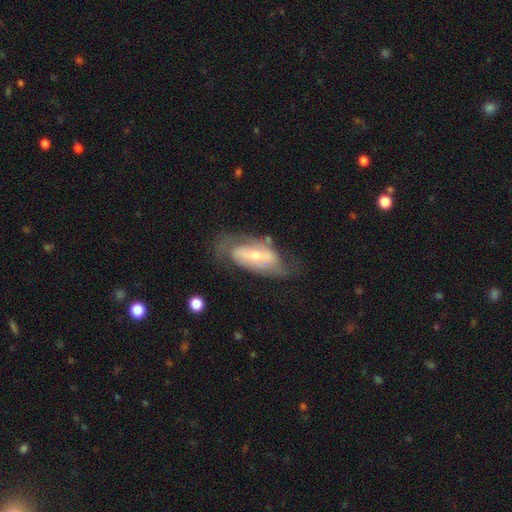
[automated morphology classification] The model was most divided on "bar": strong: 39%, weak: 36%, no: 25%. More confident: edge-on disk — no (90%); spiral arms — yes (75%); smooth or featured — featured or disk (72%); merging — none (58%); bulge size — small (51%).